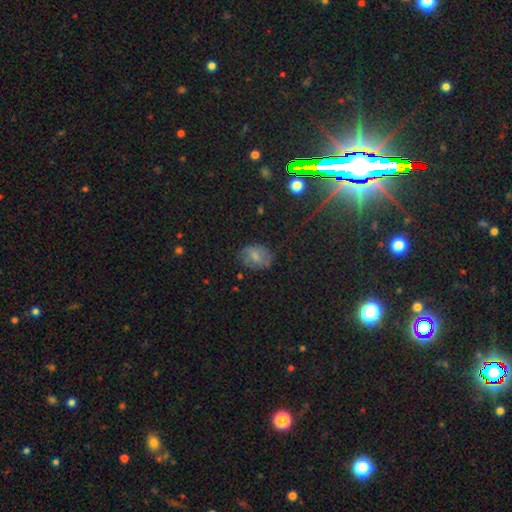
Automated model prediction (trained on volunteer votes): Smooth or featured? Predicted: smooth (p=0.66). How rounded? Predicted: in between (p=0.66). Merging? Predicted: none (p=0.69).